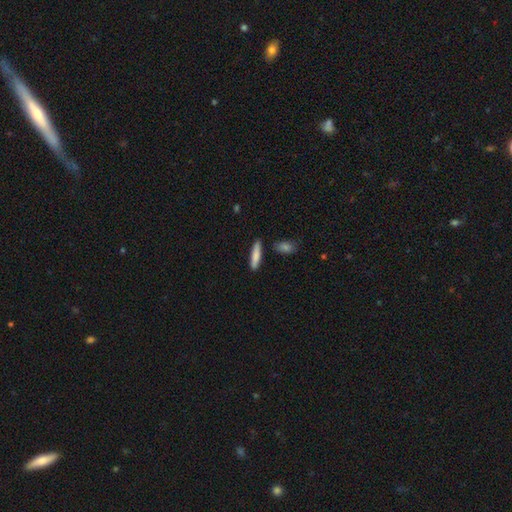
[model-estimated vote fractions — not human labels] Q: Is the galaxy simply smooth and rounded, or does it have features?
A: smooth — 81%.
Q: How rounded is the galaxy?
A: cigar-shaped — 81%.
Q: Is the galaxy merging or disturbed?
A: none — 84%.